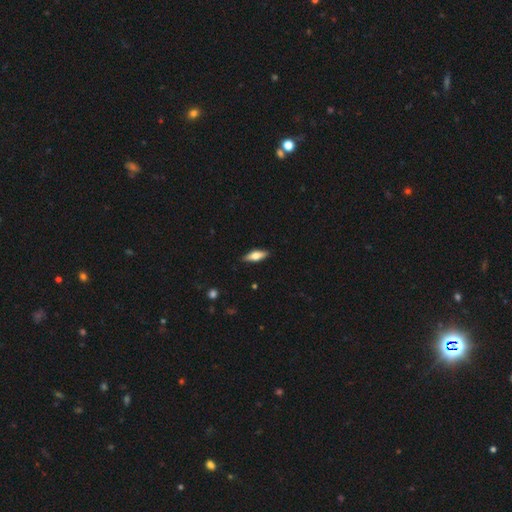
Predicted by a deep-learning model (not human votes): A smooth galaxy with no disk features (57%) that is in between round and cigar-shaped (57%). Merging: none (88%).